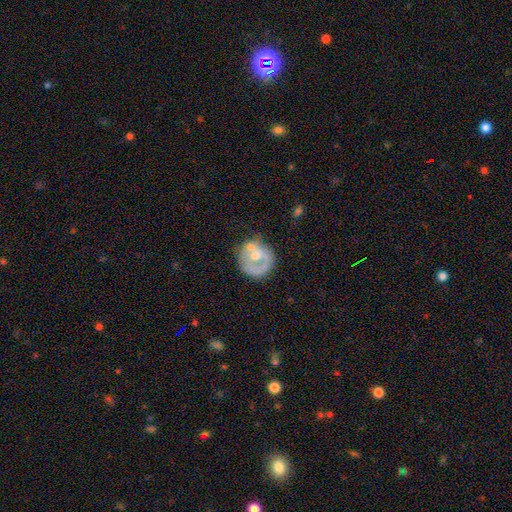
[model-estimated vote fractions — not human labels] smooth-or-featured: featured or disk: 50% | smooth: 43% | star or artifact: 7%
  merging: none: 50% | minor disturbance: 20% | major disturbance: 17% | merger: 13%